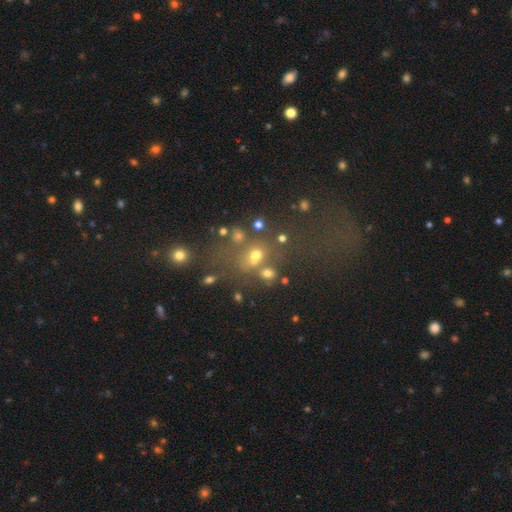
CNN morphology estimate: A smooth galaxy with no disk features (50%). Merging: none (45%).